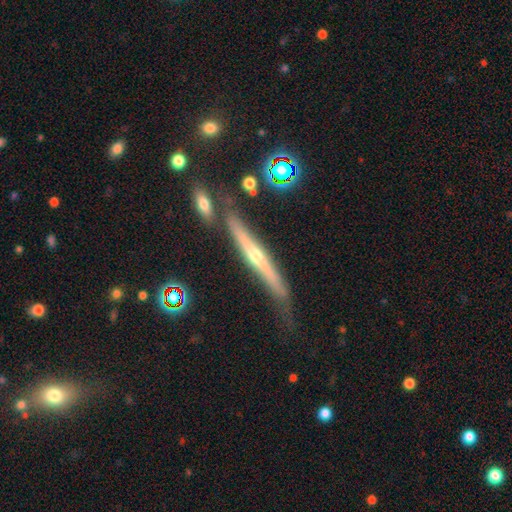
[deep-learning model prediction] Overall: featured or disk (76%). Edge-on disk: yes (92%). Edge-on bulge: rounded (75%). Merging: none (64%).